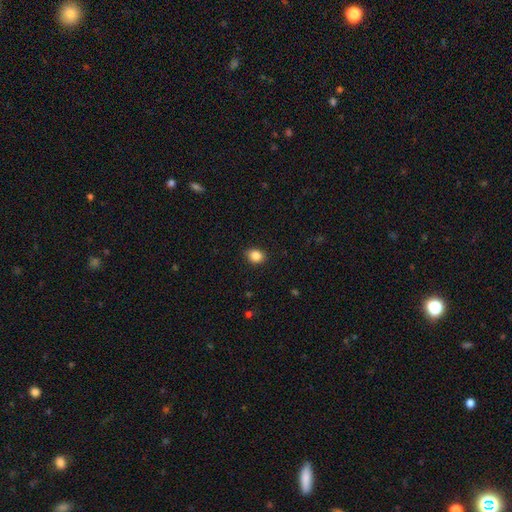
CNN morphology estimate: A smooth galaxy with no disk features (86%) that is in between round and cigar-shaped (51%). Merging: none (88%).